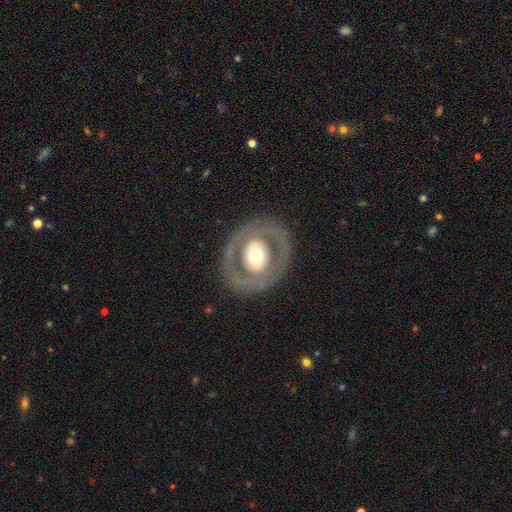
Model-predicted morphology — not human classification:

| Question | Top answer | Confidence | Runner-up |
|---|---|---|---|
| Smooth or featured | featured or disk | 58% | smooth (36%) |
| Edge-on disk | no | 94% | yes (6%) |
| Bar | no | 75% | weak (15%) |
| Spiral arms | no | 86% | yes (14%) |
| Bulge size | moderate | 54% | large (36%) |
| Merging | none | 82% | minor disturbance (10%) |